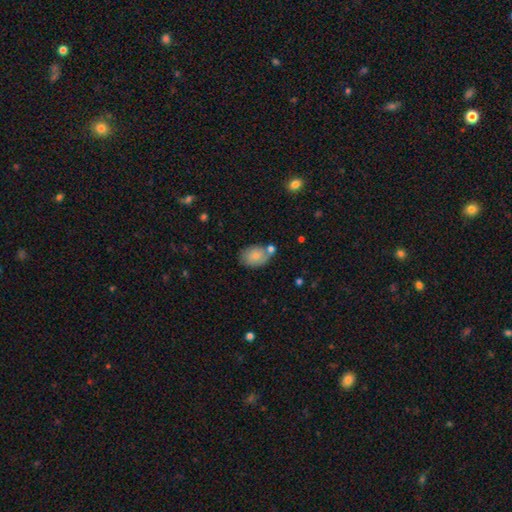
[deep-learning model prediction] A smooth galaxy with no disk features (76%) that is in between round and cigar-shaped (79%). Merging: none (53%).